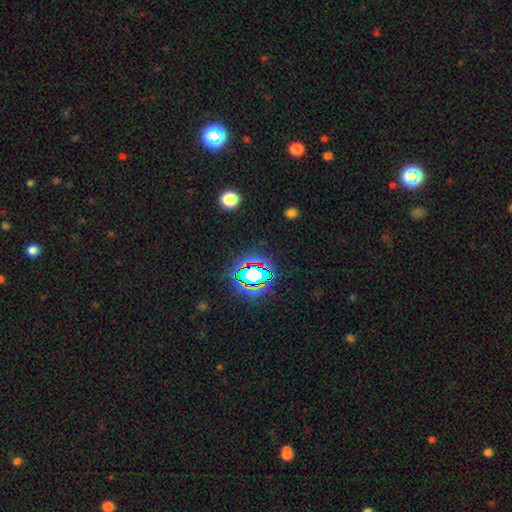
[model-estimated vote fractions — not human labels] Smooth or featured?
  - star or artifact: 76% *
  - smooth: 15%
  - featured or disk: 8%